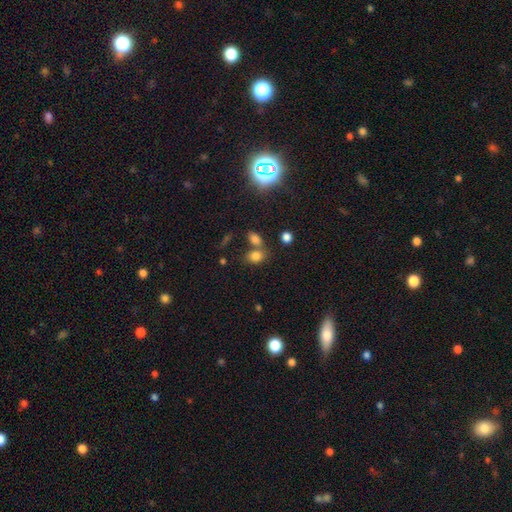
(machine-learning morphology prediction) smooth_or_featured: smooth (p=0.77) [alt: star or artifact p=0.14]
how_rounded: in between (p=0.68) [alt: round p=0.30]
merging: none (p=0.51) [alt: merger p=0.33]